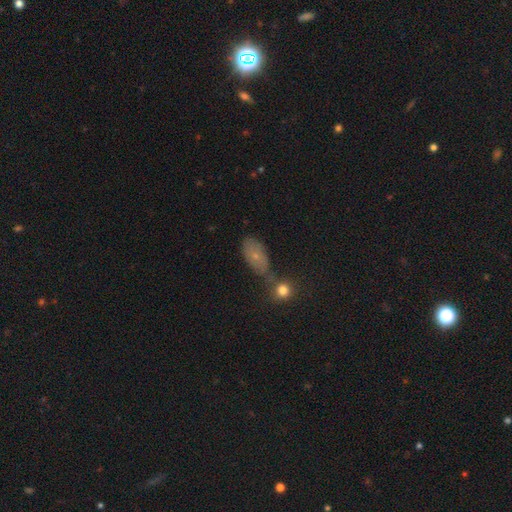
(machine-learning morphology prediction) Q: Smooth or featured?
A: smooth (62%); runner-up: featured or disk (25%)
Q: How rounded?
A: in between (84%); runner-up: round (12%)
Q: Merging?
A: none (49%); runner-up: minor disturbance (22%)